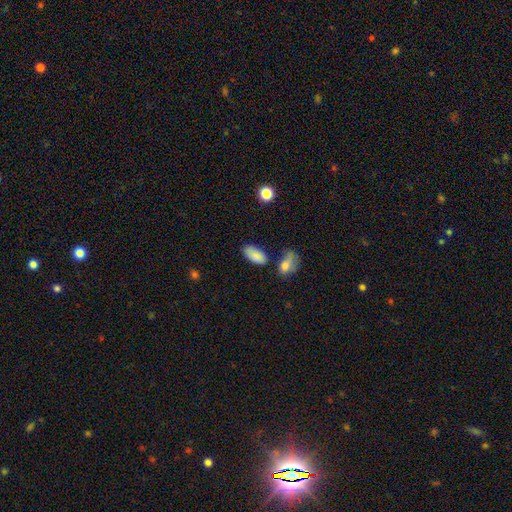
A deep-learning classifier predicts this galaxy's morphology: The model was most divided on "merging": none: 67%, minor disturbance: 18%, merger: 9%, major disturbance: 6%. More confident: how rounded — in between (94%); smooth or featured — smooth (83%).